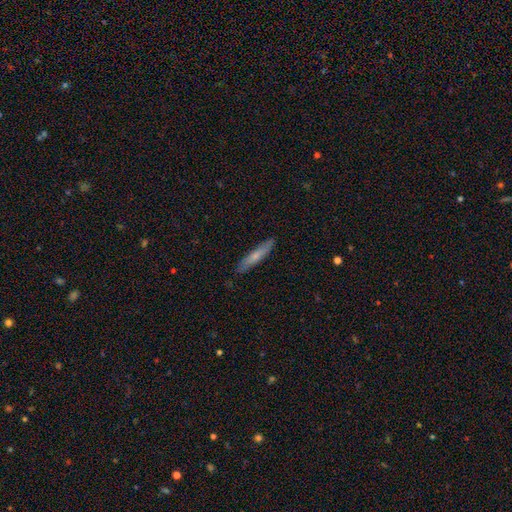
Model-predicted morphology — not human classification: A smooth galaxy with no disk features (61%) that is cigar-shaped (91%). Merging: none (87%).